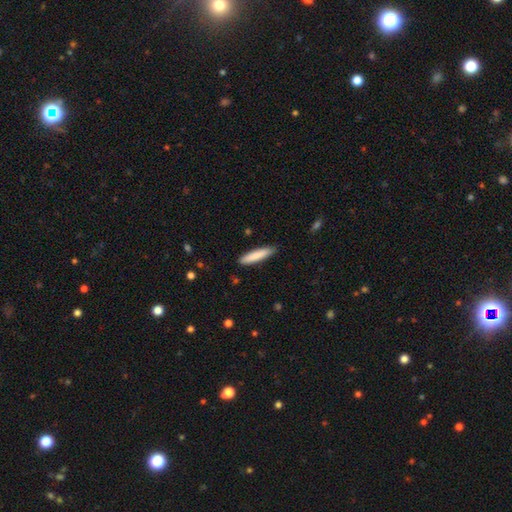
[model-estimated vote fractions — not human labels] A smooth galaxy with no disk features (83%) that is cigar-shaped (84%).

Vote fractions:
- Smooth or featured? smooth: 83% / featured or disk: 12% / star or artifact: 6%
- How rounded? cigar-shaped: 84% / in between: 15% / round: 1%
- Merging? none: 87% / minor disturbance: 10% / major disturbance: 2% / merger: 1%